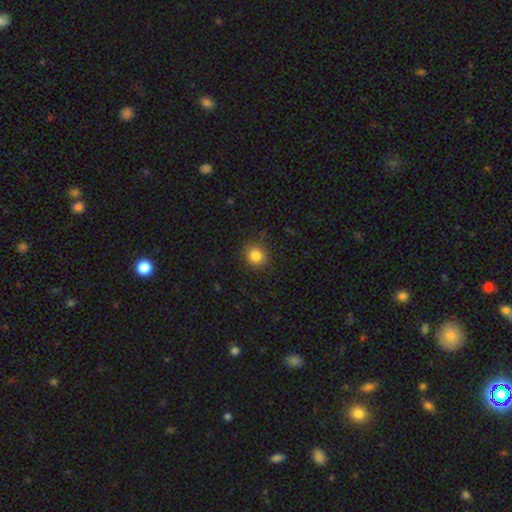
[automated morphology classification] Smooth or featured?
  - smooth: 84% *
  - star or artifact: 11%
  - featured or disk: 5%
How rounded?
  - round: 88% *
  - in between: 11%
  - cigar-shaped: 1%
Merging?
  - none: 88% *
  - minor disturbance: 9%
  - major disturbance: 3%
  - merger: 1%